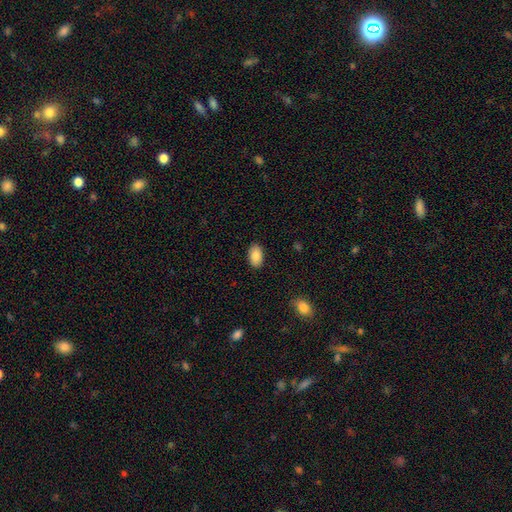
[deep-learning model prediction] This is clearly a smooth galaxy (89%). How rounded: clearly in between (93%). Merging: clearly none (88%).